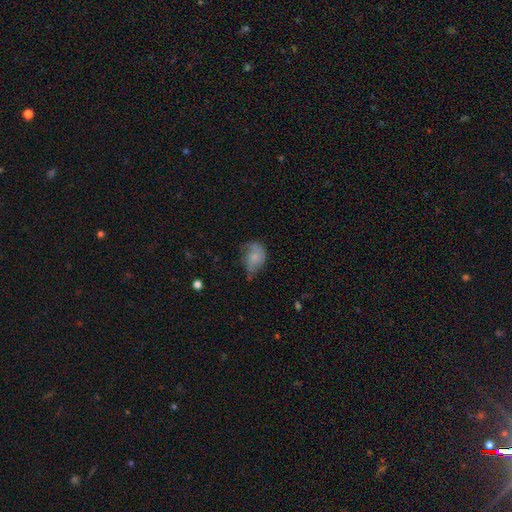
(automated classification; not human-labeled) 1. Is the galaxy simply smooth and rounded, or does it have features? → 53% smooth, 38% featured or disk, 9% star or artifact.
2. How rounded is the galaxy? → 67% in between, 32% round, 1% cigar-shaped.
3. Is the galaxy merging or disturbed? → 37% minor disturbance (tied), 37% none (tied), 23% major disturbance, 3% merger.